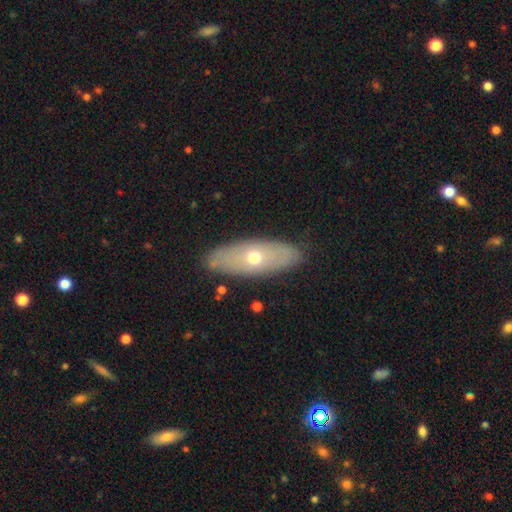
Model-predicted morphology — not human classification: This appears to be a smooth galaxy with no disk features (50%). Merging: none (84%).